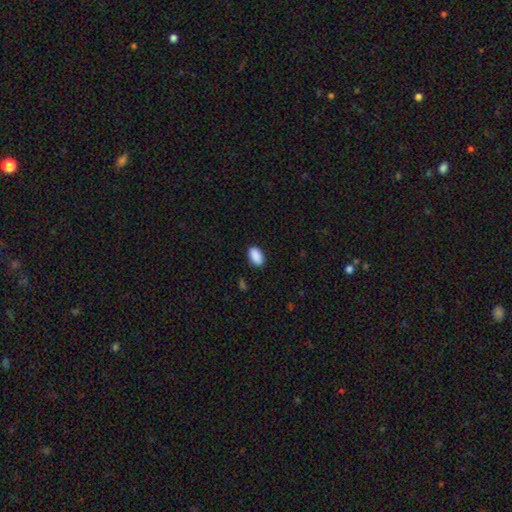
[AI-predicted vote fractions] smooth 91%, star or artifact 7%, featured or disk 3%. Down the decision tree: how rounded — in between (93%); merging — none (88%).